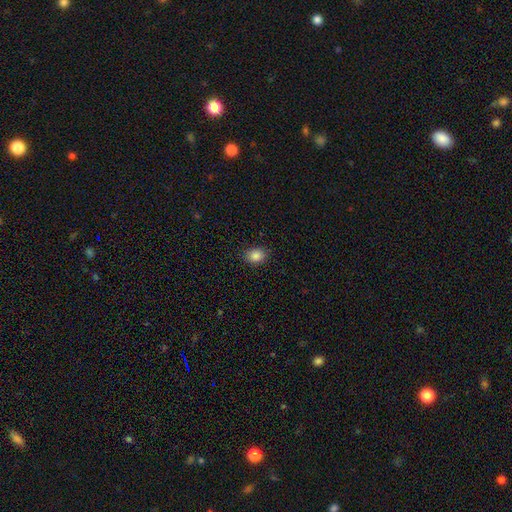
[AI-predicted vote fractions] Smooth or featured? Predicted: smooth (p=0.86). How rounded? Predicted: in between (p=0.52). Merging? Predicted: none (p=0.88).